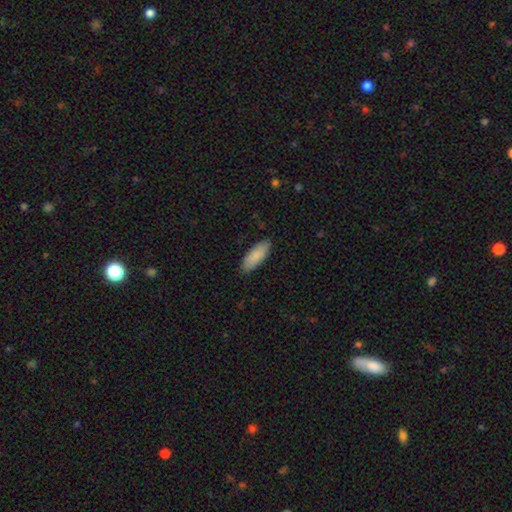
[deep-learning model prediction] smooth-or-featured: smooth: 88% | featured or disk: 7% | star or artifact: 5%
  how-rounded: in between: 79% | cigar-shaped: 20% | round: 2%
  merging: none: 86% | minor disturbance: 11% | major disturbance: 2% | merger: 1%